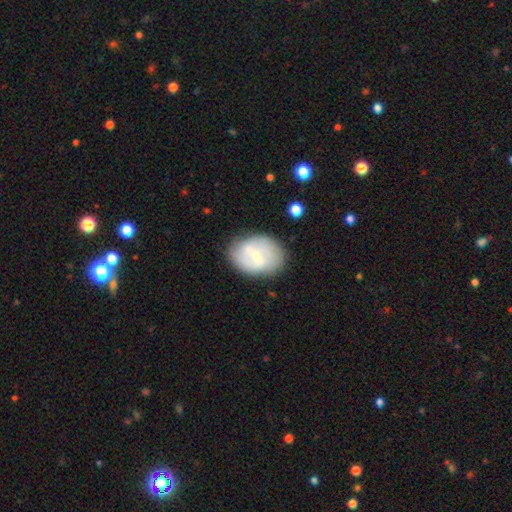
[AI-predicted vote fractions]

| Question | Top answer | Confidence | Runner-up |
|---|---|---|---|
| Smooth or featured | featured or disk | 52% | smooth (41%) |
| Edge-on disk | no | 96% | yes (4%) |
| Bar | weak | 51% | no (33%) |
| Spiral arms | yes | 56% | no (44%) |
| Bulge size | small | 60% | moderate (35%) |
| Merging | none | 74% | minor disturbance (17%) |